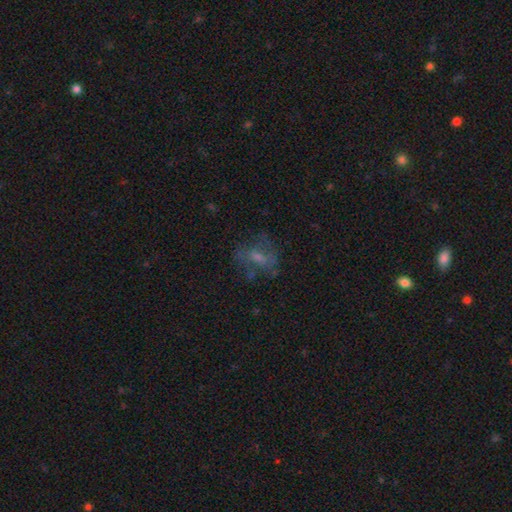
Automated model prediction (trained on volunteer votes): This appears to be a featured or disk galaxy (44%). Merging: none (56%).